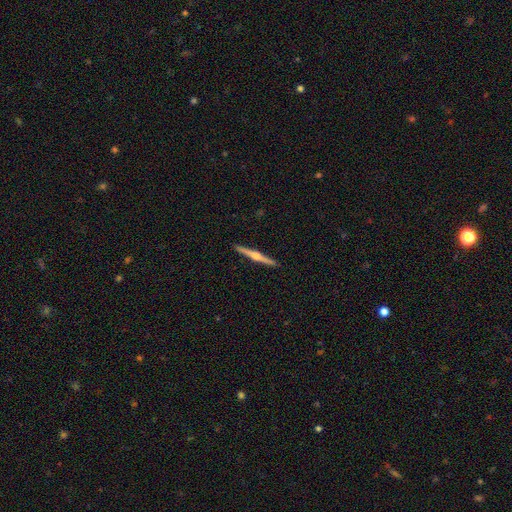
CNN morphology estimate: smooth_or_featured: featured or disk (p=0.75) [alt: smooth p=0.20]
disk_edge_on: yes (p=0.98) [alt: no p=0.02]
edge_on_bulge: rounded (p=0.92) [alt: boxy p=0.04]
merging: none (p=0.92) [alt: minor disturbance p=0.05]